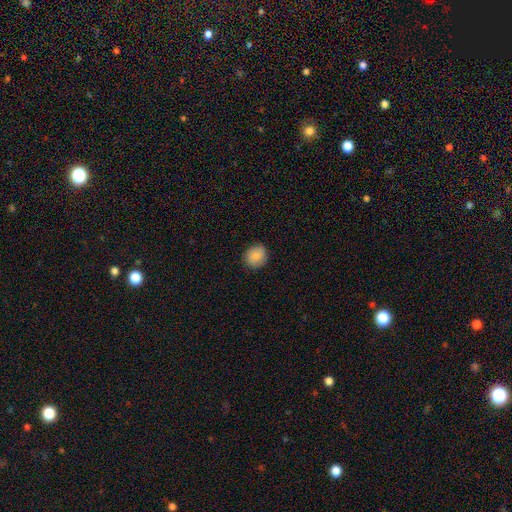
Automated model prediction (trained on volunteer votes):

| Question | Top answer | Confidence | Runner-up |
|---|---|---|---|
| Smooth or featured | smooth | 86% | star or artifact (8%) |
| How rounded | round | 79% | in between (20%) |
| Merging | none | 86% | minor disturbance (10%) |